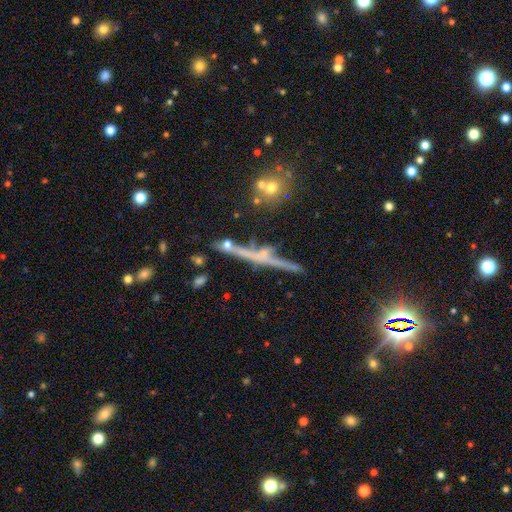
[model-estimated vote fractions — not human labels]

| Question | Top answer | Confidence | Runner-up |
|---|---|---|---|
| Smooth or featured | featured or disk | 67% | smooth (18%) |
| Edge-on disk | yes | 94% | no (6%) |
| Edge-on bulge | none | 52% | rounded (35%) |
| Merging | none | 76% | minor disturbance (14%) |